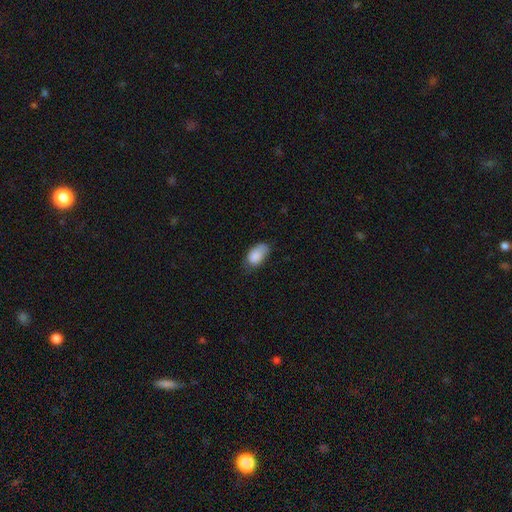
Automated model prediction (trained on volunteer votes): This appears to be a smooth galaxy with no disk features (84%) that is in between round and cigar-shaped (92%). Merging: none (50%).